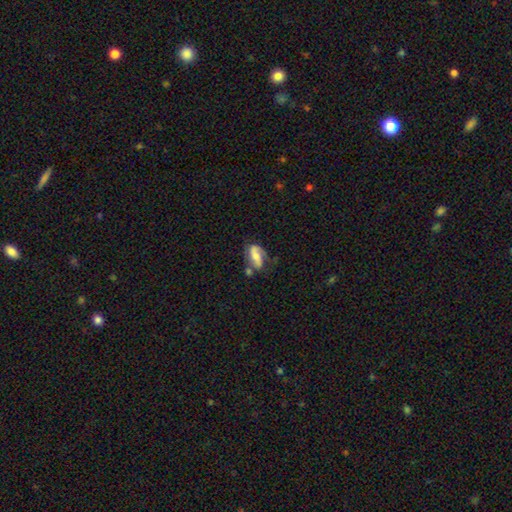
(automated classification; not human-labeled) smooth-or-featured: featured or disk: 61% | smooth: 32% | star or artifact: 7%
  disk-edge-on: no: 93% | yes: 7%
    bar: strong: 38% | weak: 32% | no: 31%
    has-spiral-arms: yes: 84% | no: 16%
    bulge-size: moderate: 48% | small: 33% | large: 10% | none: 7% | dominant: 2%
  merging: none: 47% | minor disturbance: 24% | merger: 16% | major disturbance: 13%